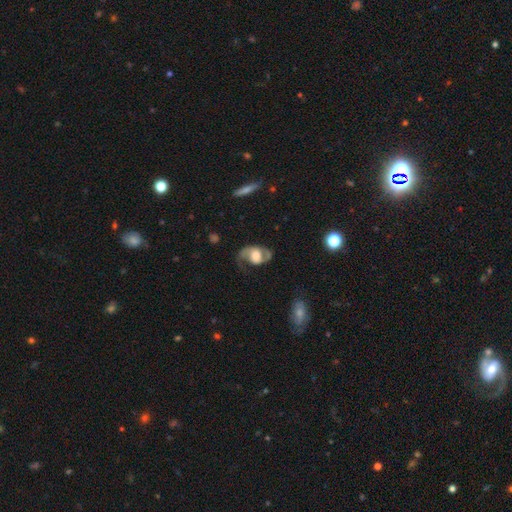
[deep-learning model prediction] This appears to be a featured or disk galaxy (74%) with no bar (54%), 2 (78%) medium (46%) spiral arms (88%) and a large central bulge (44%). Merging: none (53%).